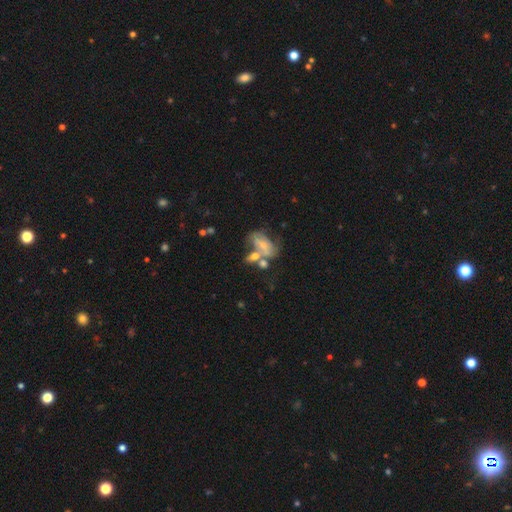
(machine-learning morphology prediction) Smooth or featured? Predicted: featured or disk (p=0.52). Edge-on disk? Predicted: no (p=0.91). Merging? Predicted: merger (p=0.42).